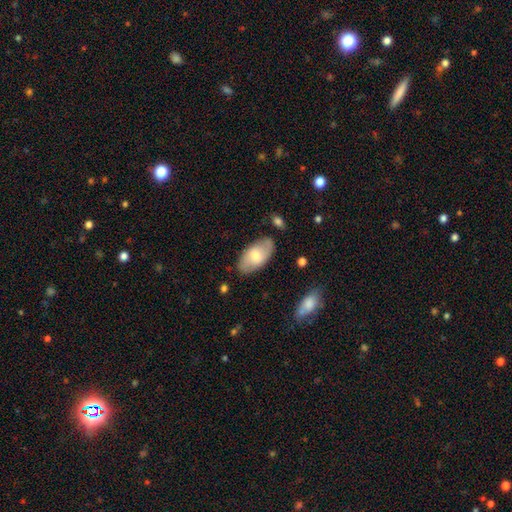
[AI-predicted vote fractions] The model was most divided on "smooth or featured": smooth: 62%, featured or disk: 33%, star or artifact: 6%. More confident: how rounded — in between (95%); merging — none (80%).